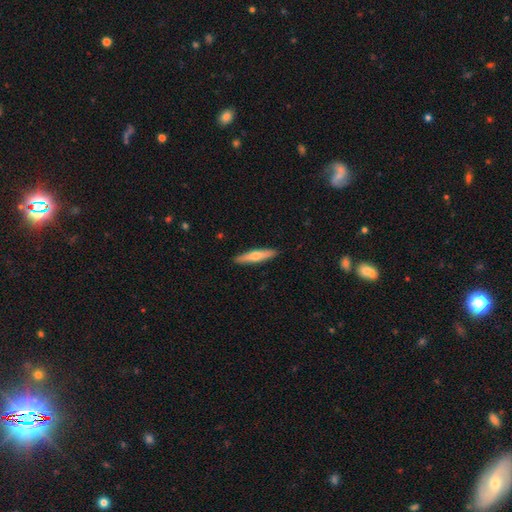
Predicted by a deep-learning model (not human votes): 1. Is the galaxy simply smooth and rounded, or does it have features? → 56% smooth, 39% featured or disk, 5% star or artifact.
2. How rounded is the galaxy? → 85% cigar-shaped, 13% in between, 2% round.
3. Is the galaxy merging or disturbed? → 91% none, 6% minor disturbance, 1% major disturbance, 1% merger.